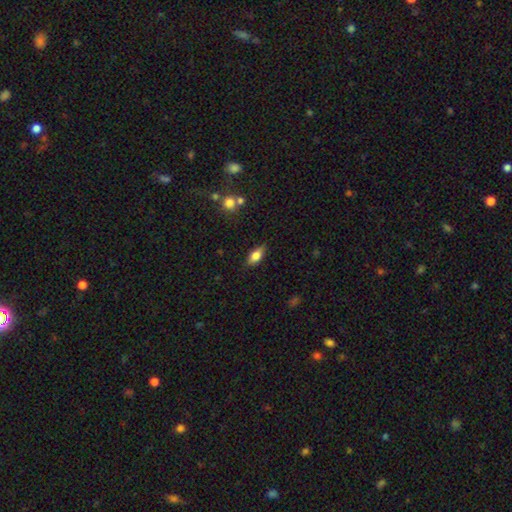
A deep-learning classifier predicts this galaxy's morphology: Q: Smooth or featured?
A: smooth (71%); runner-up: featured or disk (21%)
Q: How rounded?
A: in between (83%); runner-up: cigar-shaped (12%)
Q: Merging?
A: none (82%); runner-up: minor disturbance (13%)